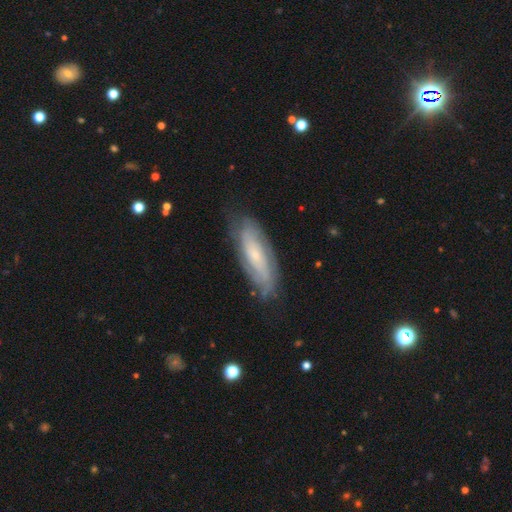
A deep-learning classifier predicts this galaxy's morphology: Smooth or featured? featured or disk (60%)
Edge-on disk? no (73%)
Merging? none (79%)